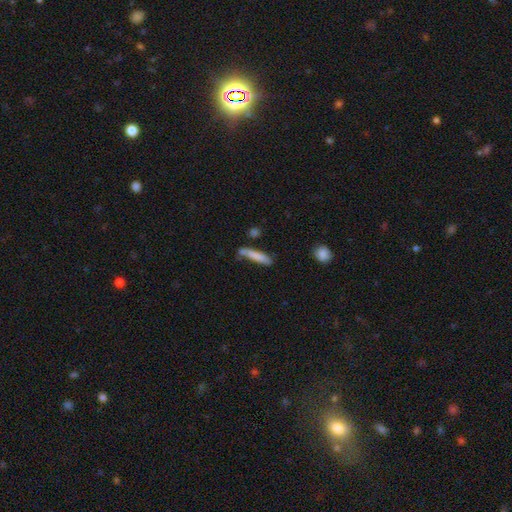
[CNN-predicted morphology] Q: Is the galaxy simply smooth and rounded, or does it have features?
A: smooth — 79%.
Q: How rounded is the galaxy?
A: cigar-shaped — 85%.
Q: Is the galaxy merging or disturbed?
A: none — 61%.